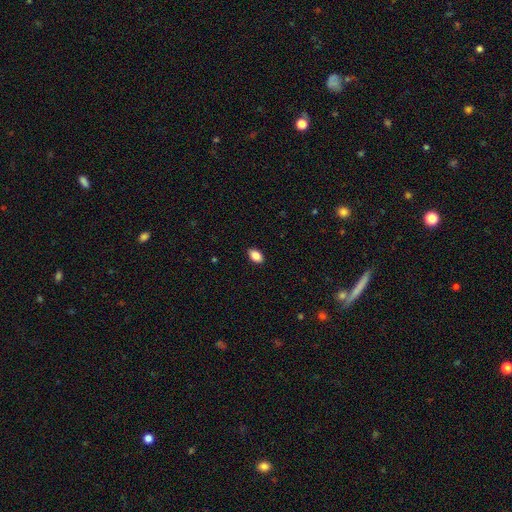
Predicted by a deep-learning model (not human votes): smooth-or-featured: smooth: 87% | star or artifact: 8% | featured or disk: 5%
  how-rounded: in between: 91% | round: 7% | cigar-shaped: 2%
  merging: none: 90% | minor disturbance: 8% | major disturbance: 2% | merger: 1%